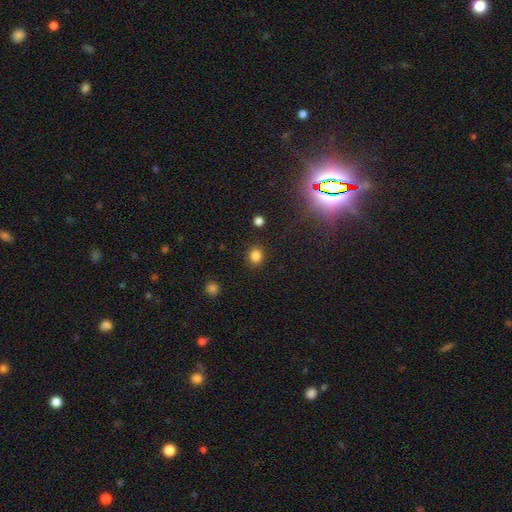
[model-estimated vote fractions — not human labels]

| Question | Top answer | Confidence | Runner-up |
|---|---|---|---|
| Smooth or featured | smooth | 83% | star or artifact (13%) |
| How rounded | round | 70% | in between (29%) |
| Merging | none | 89% | minor disturbance (7%) |